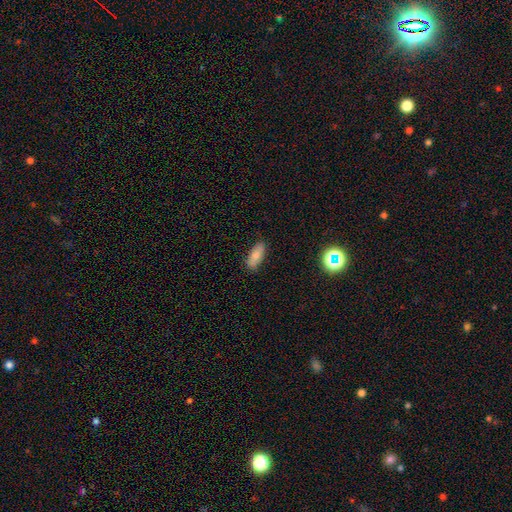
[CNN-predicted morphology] Smooth or featured?
  - smooth: 76% *
  - featured or disk: 15%
  - star or artifact: 8%
How rounded?
  - in between: 79% *
  - cigar-shaped: 18%
  - round: 3%
Merging?
  - none: 85% *
  - minor disturbance: 12%
  - major disturbance: 2%
  - merger: 1%